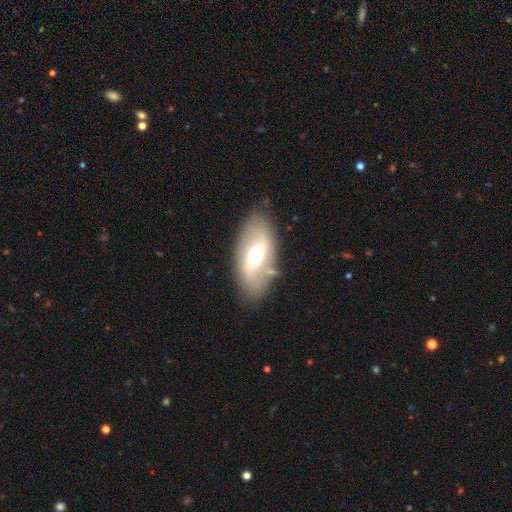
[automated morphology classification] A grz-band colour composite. It shows a featured or disk galaxy (50%). Merging: none (74%).